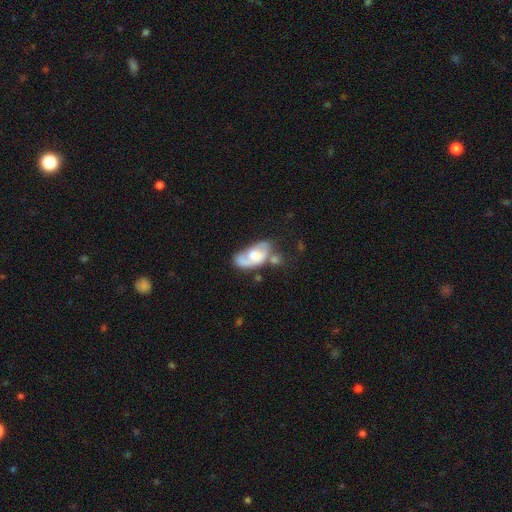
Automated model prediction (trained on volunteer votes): smooth-or-featured: featured or disk: 58% | smooth: 36% | star or artifact: 7%
  disk-edge-on: no: 94% | yes: 6%
    bar: no: 64% | weak: 29% | strong: 7%
    has-spiral-arms: yes: 70% | no: 30%
    bulge-size: moderate: 41% | large: 31% | small: 14% | none: 11% | dominant: 3%
  merging: none: 31% | merger: 25% | minor disturbance: 23% | major disturbance: 21%